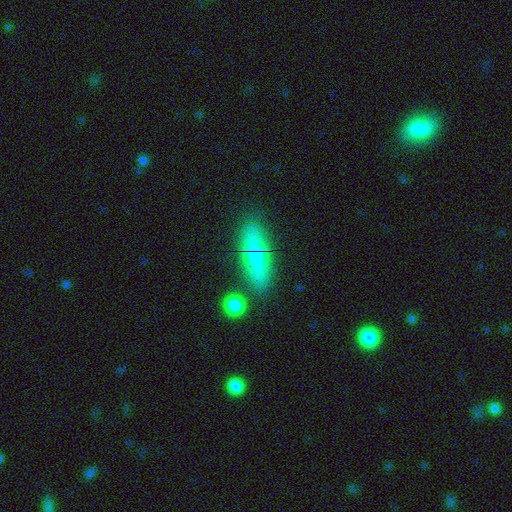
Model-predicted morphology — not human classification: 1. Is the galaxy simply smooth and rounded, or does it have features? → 63% smooth, 28% featured or disk, 9% star or artifact.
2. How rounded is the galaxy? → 49% in between, 47% cigar-shaped, 4% round.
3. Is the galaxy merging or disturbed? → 75% none, 13% minor disturbance, 7% merger, 4% major disturbance.